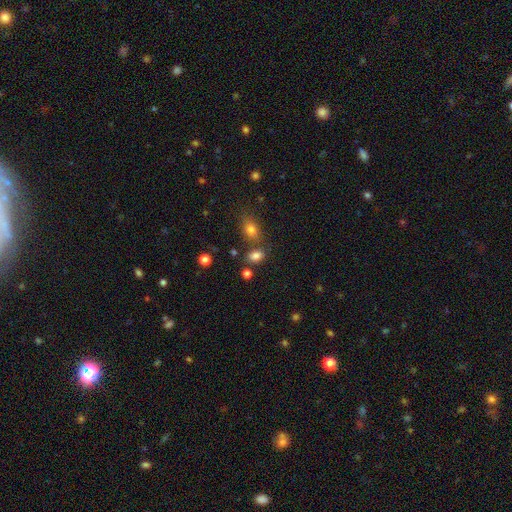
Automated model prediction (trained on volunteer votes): Smooth or featured: smooth — 82% (star or artifact — 13%)
How rounded: in between — 77% (round — 21%)
Merging: none — 69% (merger — 14%)